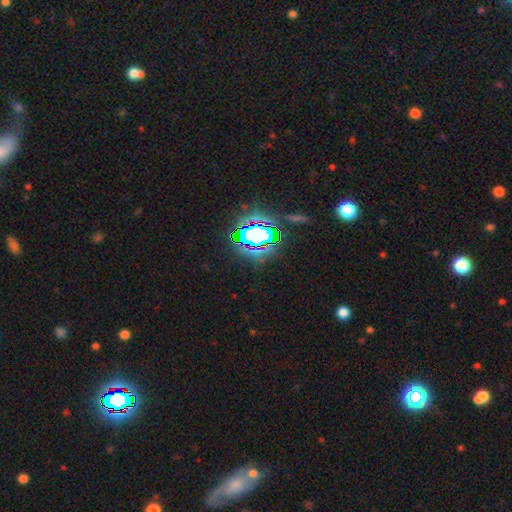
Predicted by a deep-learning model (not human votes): A star or artifact, not a galaxy (80%).